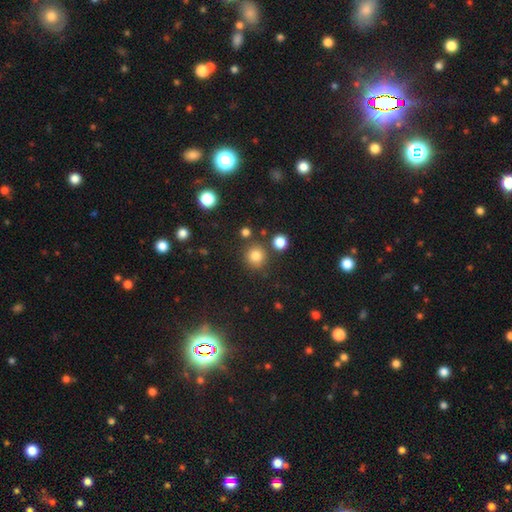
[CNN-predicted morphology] A smooth galaxy with no disk features (81%) that is round (90%).

Vote fractions:
- Smooth or featured? smooth: 81% / star or artifact: 13% / featured or disk: 5%
- How rounded? round: 90% / in between: 9% / cigar-shaped: 1%
- Merging? none: 82% / minor disturbance: 8% / merger: 6% / major disturbance: 3%